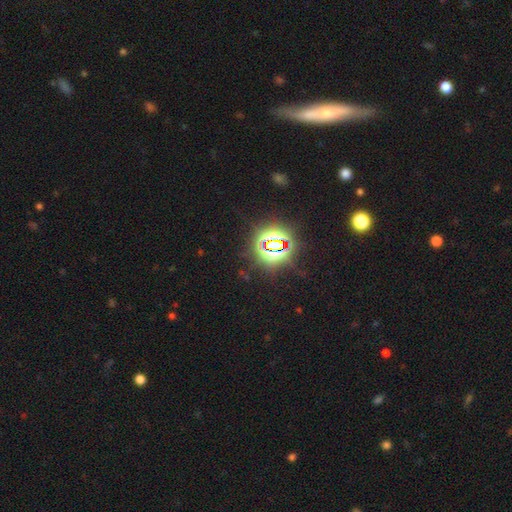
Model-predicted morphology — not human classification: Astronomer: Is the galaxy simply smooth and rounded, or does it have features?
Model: star or artifact — 71%.